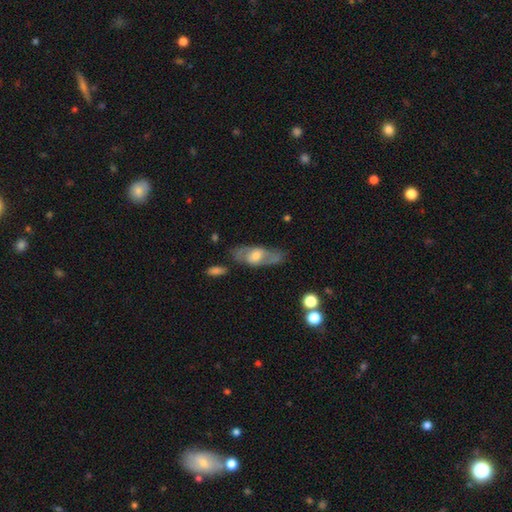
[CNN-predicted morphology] smooth-or-featured: featured or disk: 58% | smooth: 36% | star or artifact: 6%
  disk-edge-on: no: 77% | yes: 23%
  merging: none: 71% | minor disturbance: 17% | major disturbance: 9% | merger: 4%